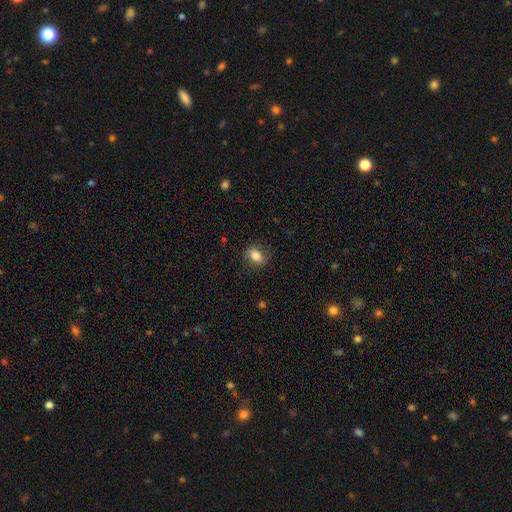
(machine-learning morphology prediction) smooth 82%, featured or disk 9%, star or artifact 9%. Down the decision tree: how rounded — in between (78%); merging — none (83%).